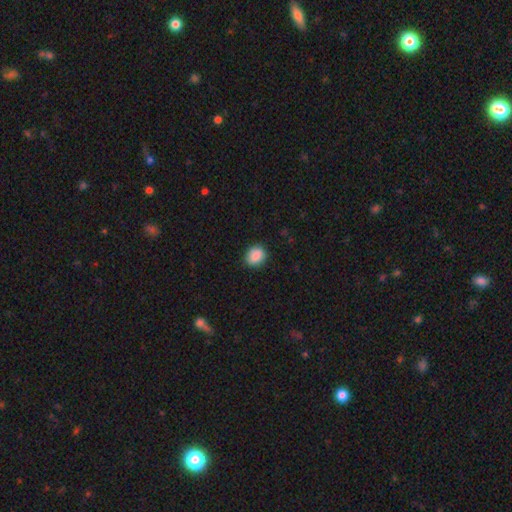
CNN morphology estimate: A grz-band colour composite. It shows a smooth galaxy with no disk features (89%) that is round (53%). Merging: none (87%).